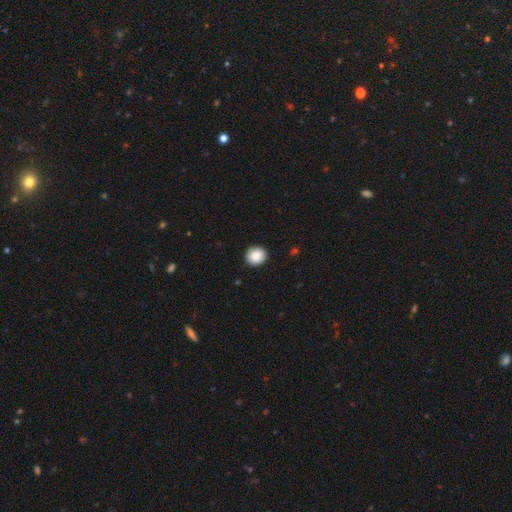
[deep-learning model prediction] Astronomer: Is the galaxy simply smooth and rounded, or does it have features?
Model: smooth — 85%.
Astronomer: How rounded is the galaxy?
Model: round — 89%.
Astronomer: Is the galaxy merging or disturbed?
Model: none — 92%.